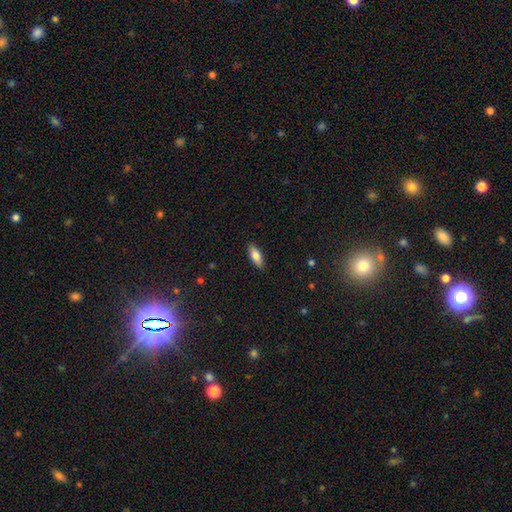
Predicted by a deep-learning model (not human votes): smooth-or-featured: smooth: 74% | featured or disk: 20% | star or artifact: 6%
  how-rounded: in between: 69% | cigar-shaped: 28% | round: 2%
  merging: none: 88% | minor disturbance: 9% | major disturbance: 2% | merger: 1%